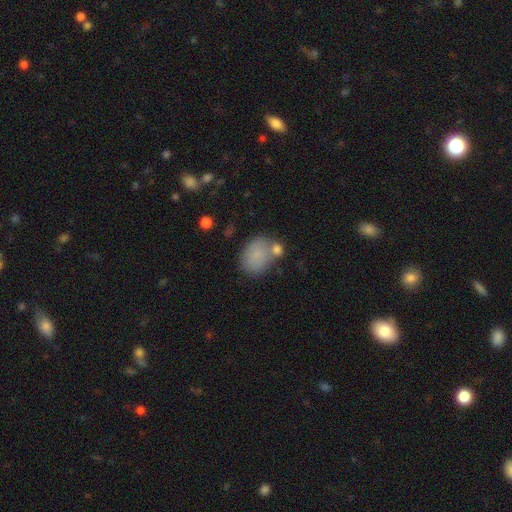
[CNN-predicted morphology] This is clearly a smooth galaxy (82%). How rounded: likely in between (63%). Merging: possibly none (53%).